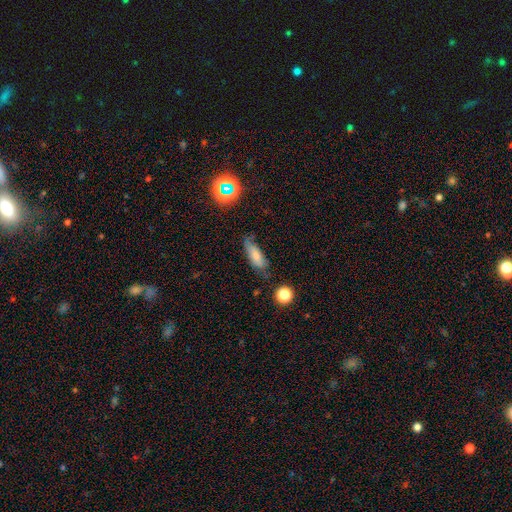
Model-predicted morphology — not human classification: Overall: smooth (71%). How rounded: in between (64%; cigar-shaped 33%). Merging: none (55%; minor disturbance 32%).